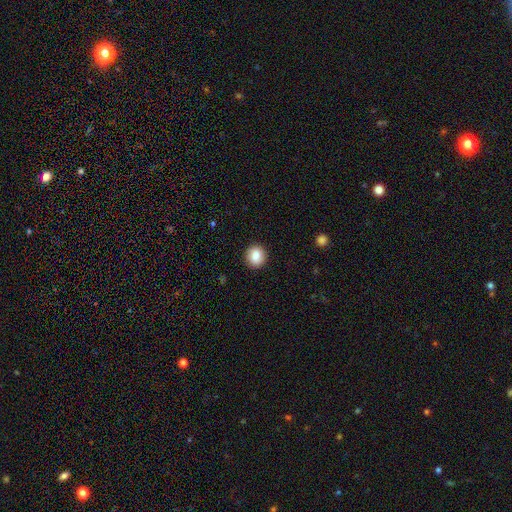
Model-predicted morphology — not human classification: Smooth or featured: smooth — 85% (star or artifact — 9%)
How rounded: round — 86% (in between — 13%)
Merging: none — 91% (minor disturbance — 6%)